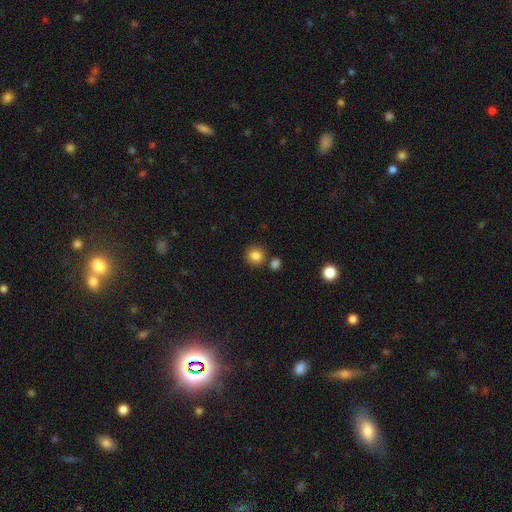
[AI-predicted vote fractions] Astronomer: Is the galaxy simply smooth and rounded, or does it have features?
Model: smooth — 85%.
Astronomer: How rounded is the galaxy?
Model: round — 90%.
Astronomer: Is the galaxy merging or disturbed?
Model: none — 78%.